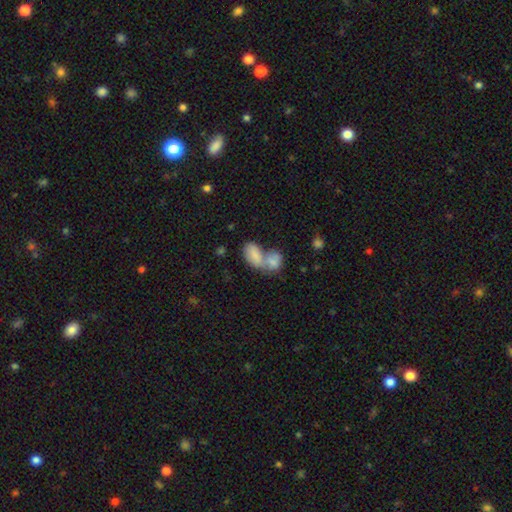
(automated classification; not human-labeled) Morphology: type=smooth (80%); roundness=in between (90%); merging=merger (72%).